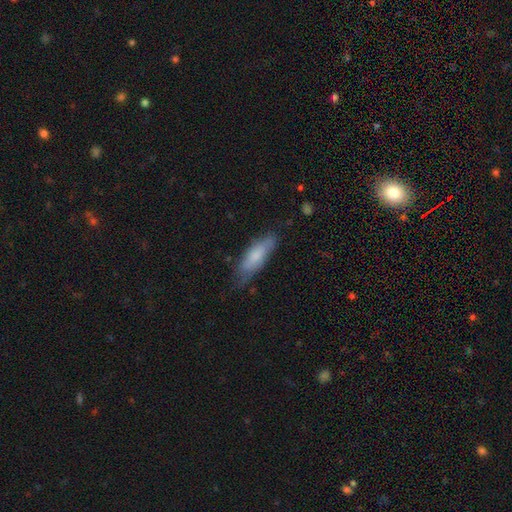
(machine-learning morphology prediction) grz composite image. It shows a smooth galaxy with no disk features (72%) that is in between round and cigar-shaped (50%). Merging: none (65%).